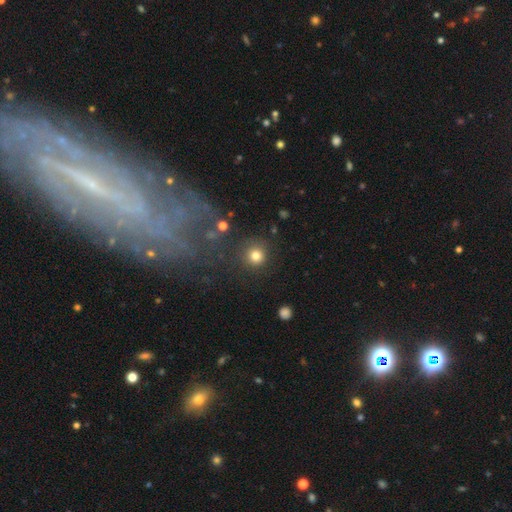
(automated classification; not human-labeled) This appears to be a smooth galaxy with no disk features (81%) that is round (95%). Merging: none (86%).